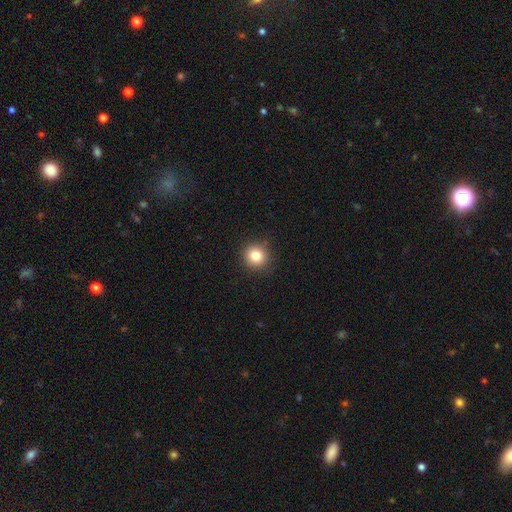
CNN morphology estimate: This is clearly a smooth galaxy (82%). How rounded: clearly round (93%). Merging: clearly none (89%).